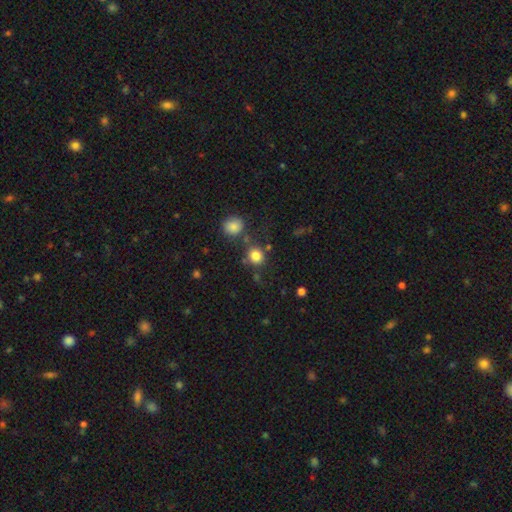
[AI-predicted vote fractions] Q: Smooth or featured?
A: smooth (82%); runner-up: star or artifact (12%)
Q: How rounded?
A: round (83%); runner-up: in between (16%)
Q: Merging?
A: none (73%); runner-up: merger (11%)